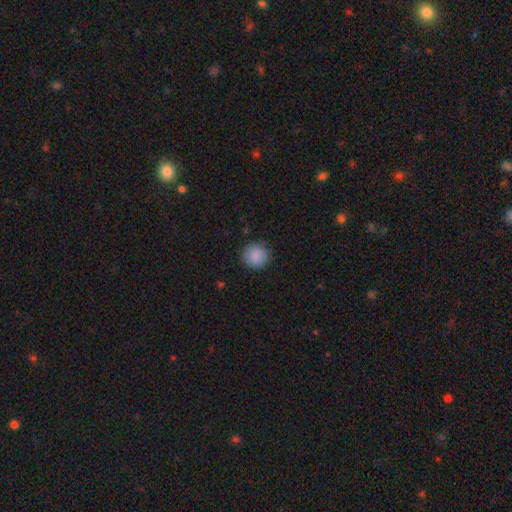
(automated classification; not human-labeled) A smooth galaxy with no disk features (88%) that is round (93%).

Vote fractions:
- Smooth or featured? smooth: 88% / star or artifact: 8% / featured or disk: 4%
- How rounded? round: 93% / in between: 6% / cigar-shaped: 1%
- Merging? none: 88% / minor disturbance: 9% / major disturbance: 2% / merger: 1%